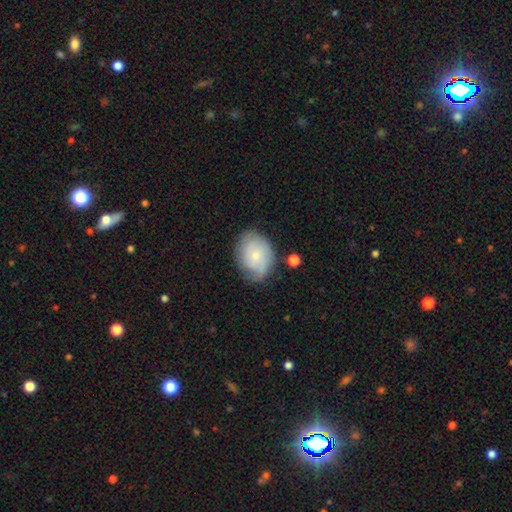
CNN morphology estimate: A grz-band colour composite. It shows a smooth galaxy with no disk features (53%) that is in between round and cigar-shaped (66%). Merging: none (64%).